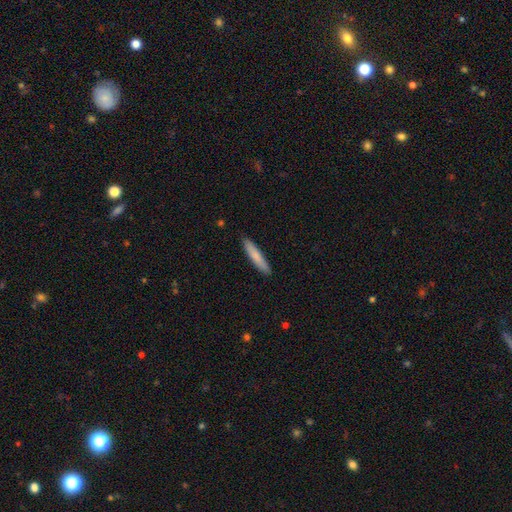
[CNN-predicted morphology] This appears to be a smooth galaxy with no disk features (79%) that is cigar-shaped (91%). Merging: none (90%).